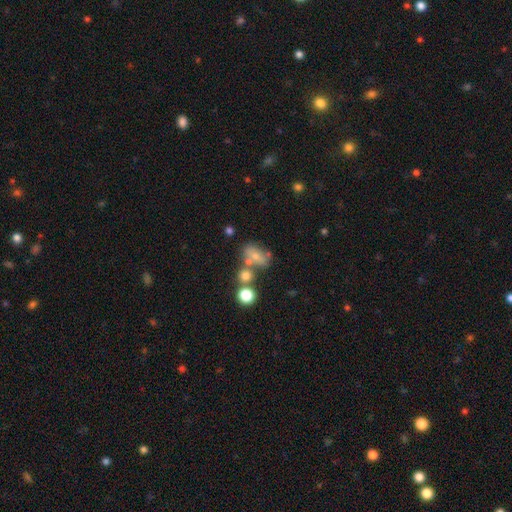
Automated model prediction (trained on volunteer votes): smooth 60%, featured or disk 24%, star or artifact 16%. Down the decision tree: how rounded — in between (68%); merging — none (46%).